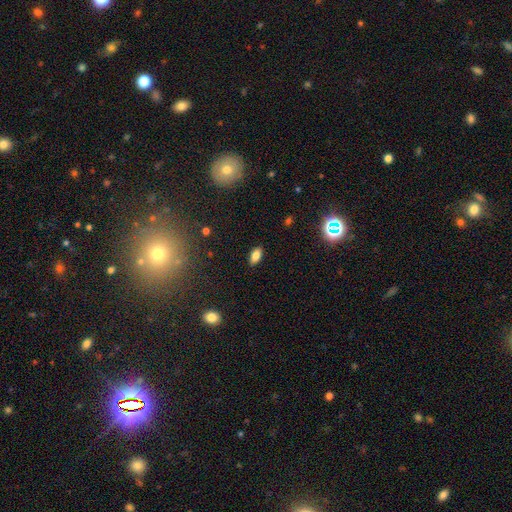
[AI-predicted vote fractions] A smooth galaxy with no disk features (81%) that is in between round and cigar-shaped (90%). Merging: none (88%).